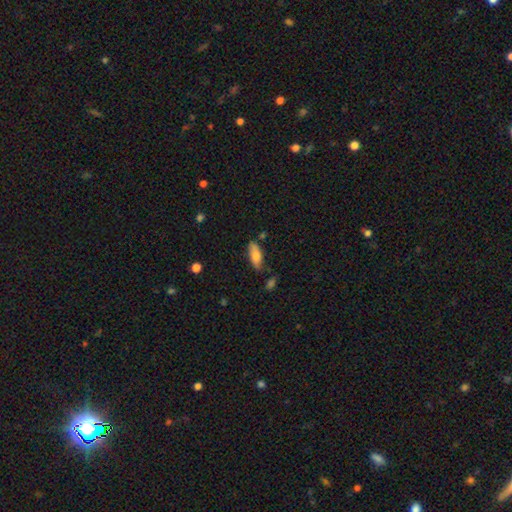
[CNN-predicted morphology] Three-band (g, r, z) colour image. It shows a smooth galaxy with no disk features (74%) that is in between round and cigar-shaped (75%). Merging: none (73%).